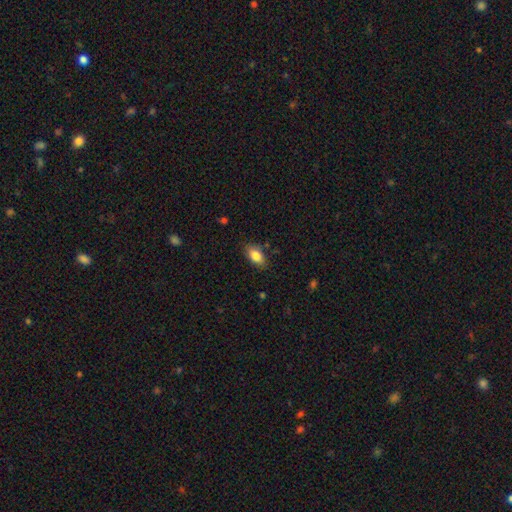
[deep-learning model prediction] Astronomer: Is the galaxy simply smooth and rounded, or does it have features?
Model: smooth — 84%.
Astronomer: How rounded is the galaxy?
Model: in between — 91%.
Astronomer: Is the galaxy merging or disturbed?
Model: none — 83%.